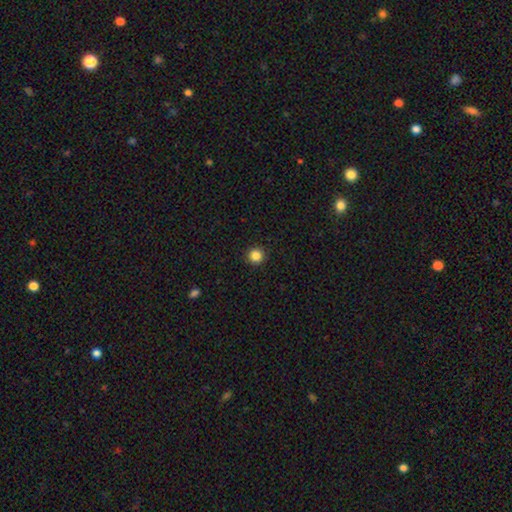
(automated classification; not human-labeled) Overall: smooth (85%). How rounded: round (95%). Merging: none (93%).